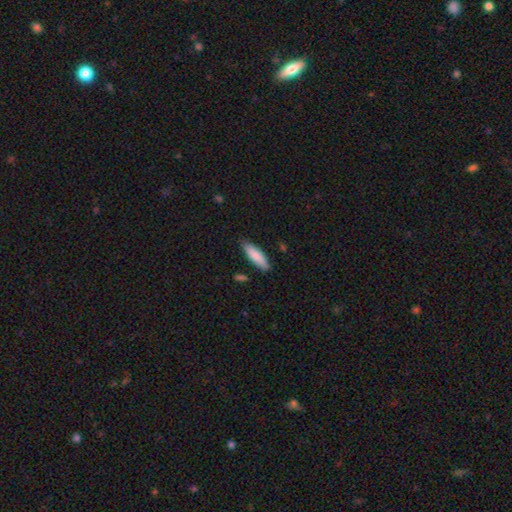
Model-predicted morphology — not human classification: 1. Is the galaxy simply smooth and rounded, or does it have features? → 85% smooth, 9% featured or disk, 6% star or artifact.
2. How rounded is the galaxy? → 57% cigar-shaped, 41% in between, 1% round.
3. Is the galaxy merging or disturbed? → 82% none, 13% minor disturbance, 2% major disturbance, 2% merger.